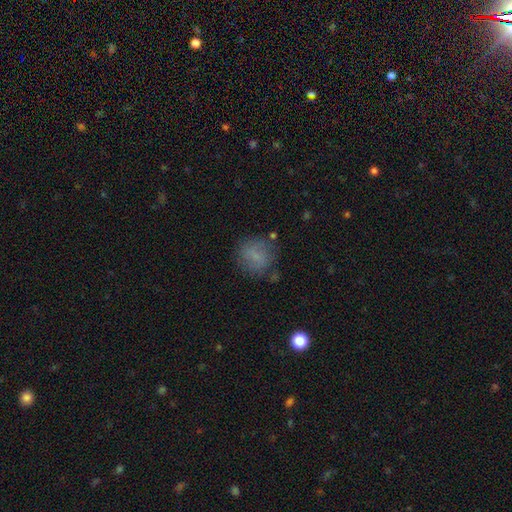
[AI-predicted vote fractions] Smooth or featured? Predicted: smooth (p=0.71). How rounded? Predicted: round (p=0.73). Merging? Predicted: none (p=0.72).